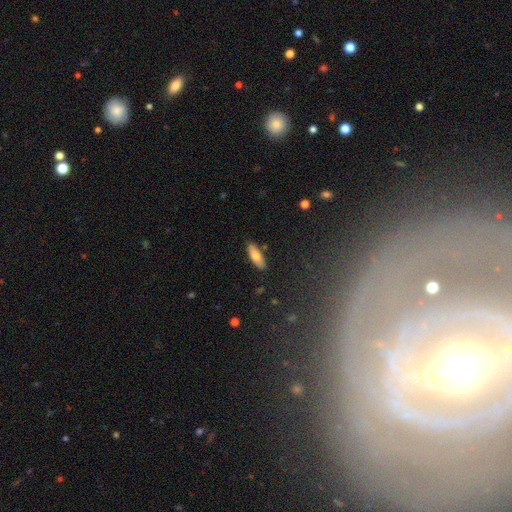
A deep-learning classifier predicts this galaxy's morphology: This is likely a smooth galaxy (74%). How rounded: likely in between (62%). Merging: clearly none (86%).